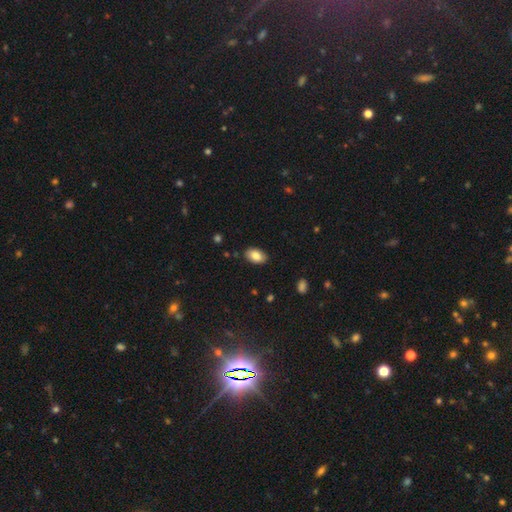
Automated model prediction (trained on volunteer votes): smooth-or-featured: smooth: 84% | featured or disk: 9% | star or artifact: 7%
  how-rounded: in between: 92% | round: 7% | cigar-shaped: 1%
  merging: none: 86% | minor disturbance: 11% | major disturbance: 2% | merger: 1%